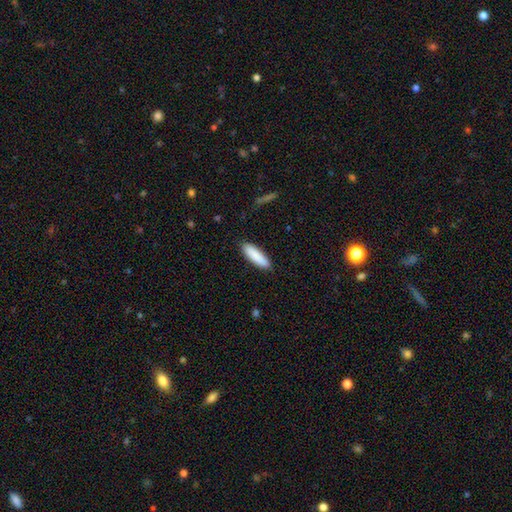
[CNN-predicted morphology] A smooth galaxy with no disk features (89%) that is cigar-shaped (56%).

Vote fractions:
- Smooth or featured? smooth: 89% / featured or disk: 6% / star or artifact: 5%
- How rounded? cigar-shaped: 56% / in between: 43% / round: 1%
- Merging? none: 89% / minor disturbance: 8% / major disturbance: 2% / merger: 1%